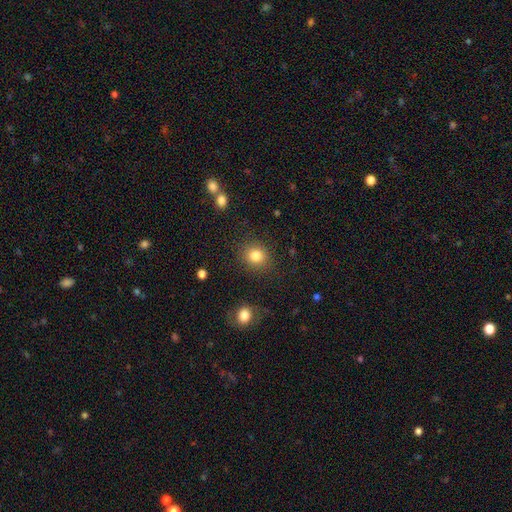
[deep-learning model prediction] Overall: smooth (83%). How rounded: round (77%). Merging: none (86%).